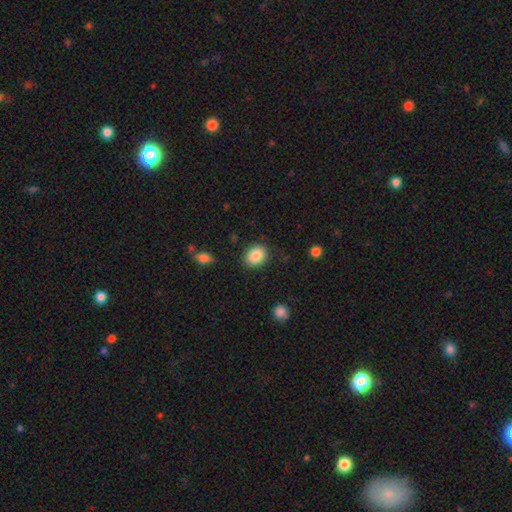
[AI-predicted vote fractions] Morphology: type=smooth (85%); roundness=round (51%); merging=none (85%).